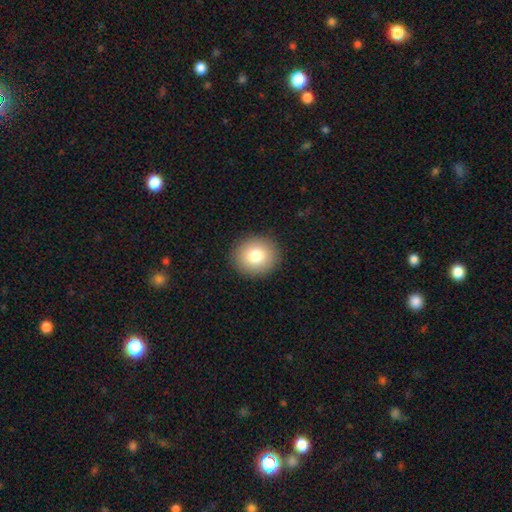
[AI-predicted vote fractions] This is clearly a smooth galaxy (81%). How rounded: clearly round (83%). Merging: clearly none (91%).